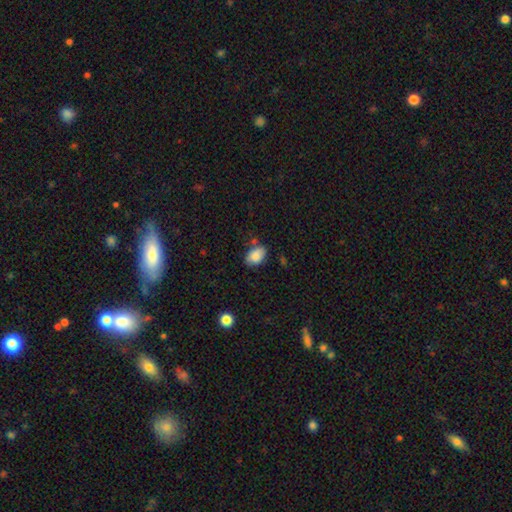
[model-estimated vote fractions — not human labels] Smooth or featured: smooth — 85% (star or artifact — 8%)
How rounded: in between — 85% (round — 13%)
Merging: none — 69% (minor disturbance — 21%)